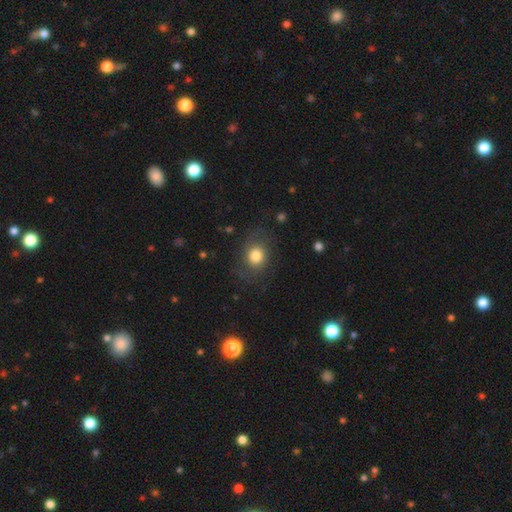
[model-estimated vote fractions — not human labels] A smooth galaxy with no disk features (78%) that is round (62%).

Vote fractions:
- Smooth or featured? smooth: 78% / featured or disk: 13% / star or artifact: 9%
- How rounded? round: 62% / in between: 37% / cigar-shaped: 1%
- Merging? none: 74% / minor disturbance: 16% / major disturbance: 9% / merger: 1%